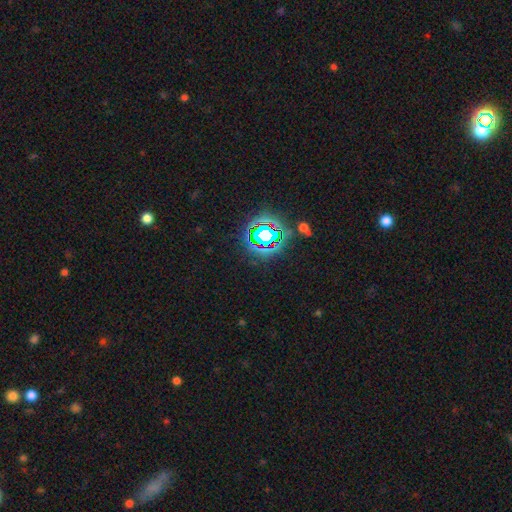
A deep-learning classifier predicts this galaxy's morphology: This is likely a star or artifact rather than a galaxy (79%).